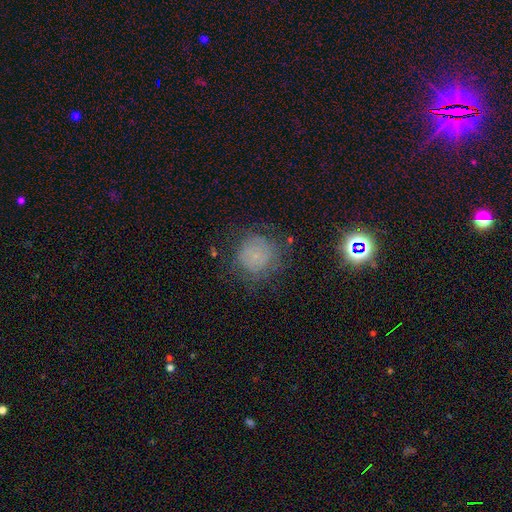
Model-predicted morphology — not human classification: smooth-or-featured: smooth: 58% | featured or disk: 23% | star or artifact: 19%
  how-rounded: round: 92% | in between: 7% | cigar-shaped: 1%
  merging: none: 67% | minor disturbance: 19% | major disturbance: 12% | merger: 2%